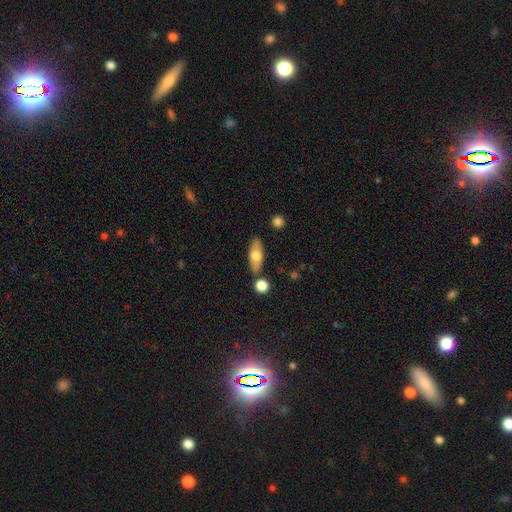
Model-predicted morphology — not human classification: This is likely a smooth galaxy (66%). How rounded: likely in between (70%). Merging: clearly none (81%).